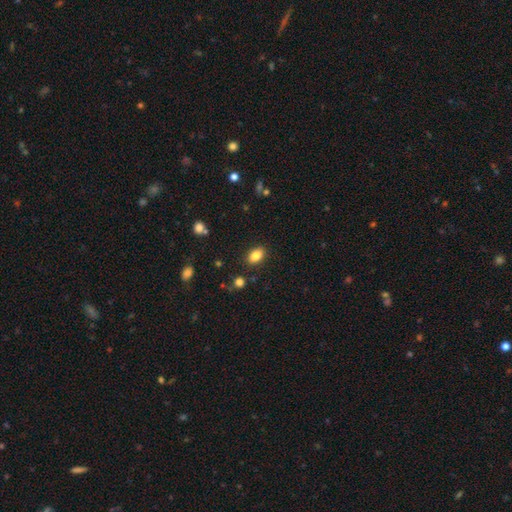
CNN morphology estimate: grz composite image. It shows a smooth galaxy with no disk features (84%) that is in between round and cigar-shaped (85%). Merging: none (86%).